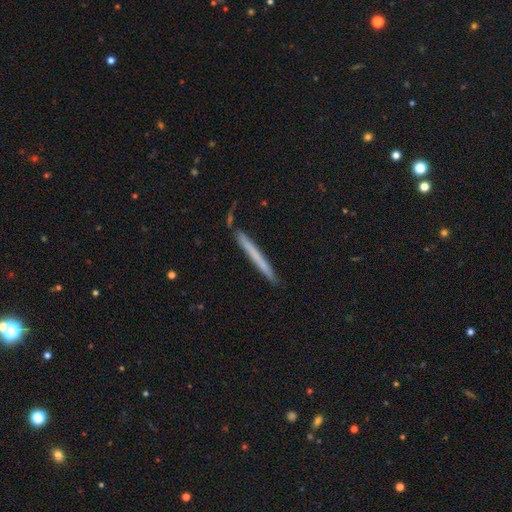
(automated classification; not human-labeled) A smooth galaxy with no disk features (57%) that is cigar-shaped (97%).

Vote fractions:
- Smooth or featured? smooth: 57% / featured or disk: 37% / star or artifact: 6%
- How rounded? cigar-shaped: 97% / in between: 1% / round: 1%
- Merging? none: 85% / minor disturbance: 10% / merger: 2% / major disturbance: 2%